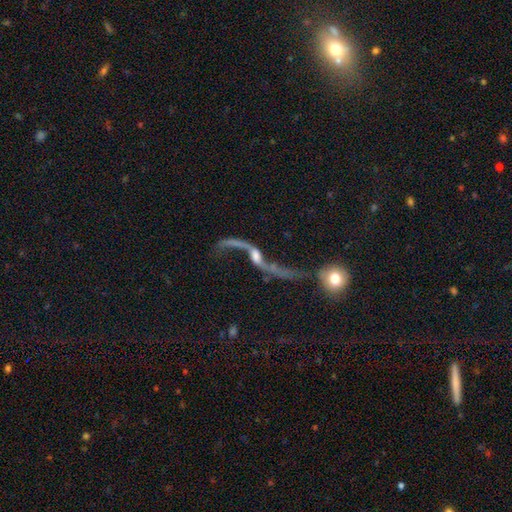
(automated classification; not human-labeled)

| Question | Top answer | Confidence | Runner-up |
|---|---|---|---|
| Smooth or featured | featured or disk | 85% | smooth (8%) |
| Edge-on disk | no | 87% | yes (13%) |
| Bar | no | 46% | weak (35%) |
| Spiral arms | yes | 90% | no (10%) |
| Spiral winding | loose | 96% | medium (3%) |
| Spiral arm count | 2 | 92% | 1 (4%) |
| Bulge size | moderate | 40% | small (30%) |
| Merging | none | 41% | major disturbance (22%) |